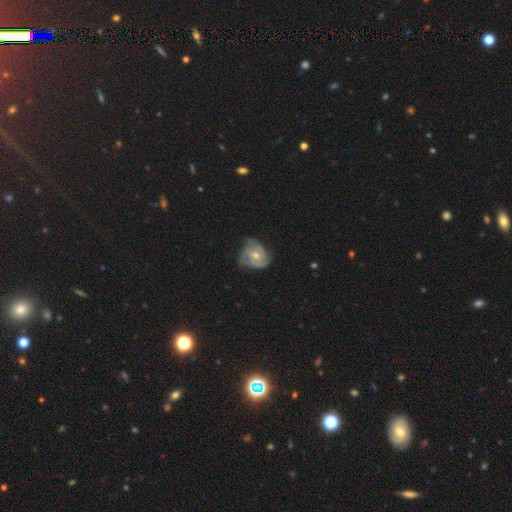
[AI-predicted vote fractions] featured or disk 72%, smooth 22%, star or artifact 6%. Down the decision tree: edge-on disk — no (97%); bar — no (67%); spiral arms — yes (88%); spiral arm count — 3 (41%); spiral winding — tight (49%); bulge size — moderate (54%); merging — none (50%).